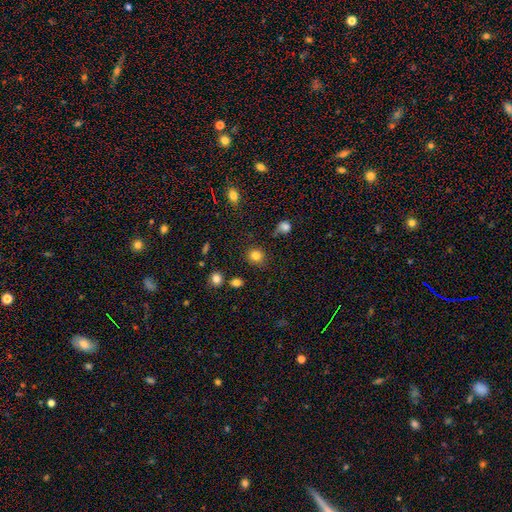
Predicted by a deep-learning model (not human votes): Smooth or featured: smooth — 83% (star or artifact — 12%)
How rounded: round — 85% (in between — 14%)
Merging: none — 84% (minor disturbance — 10%)